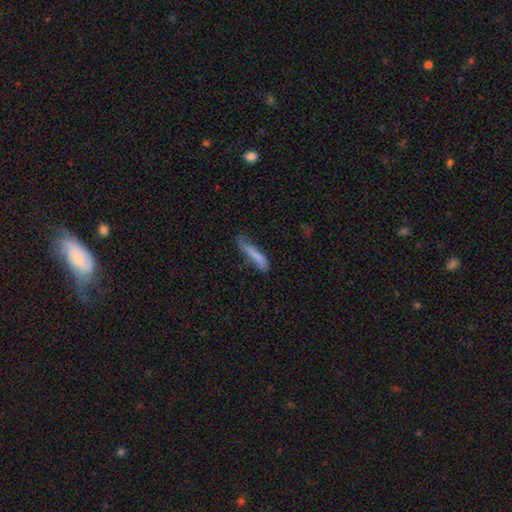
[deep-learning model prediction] Overall: smooth (72%). How rounded: cigar-shaped (85%). Merging: none (45%; minor disturbance 34%).